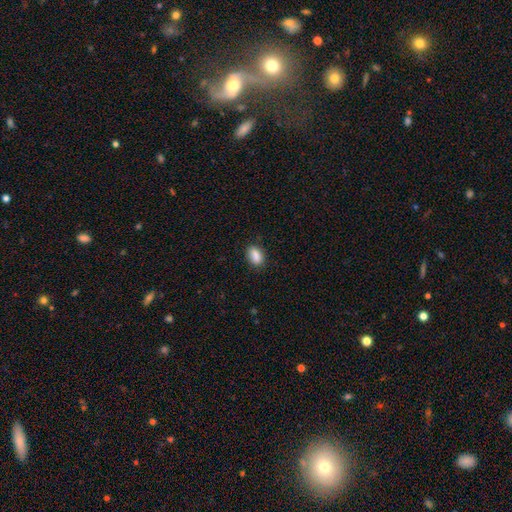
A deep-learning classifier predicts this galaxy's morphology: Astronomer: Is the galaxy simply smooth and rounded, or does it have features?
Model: smooth — 86%.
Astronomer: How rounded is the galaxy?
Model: in between — 83%.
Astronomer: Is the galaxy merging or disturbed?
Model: none — 77%.